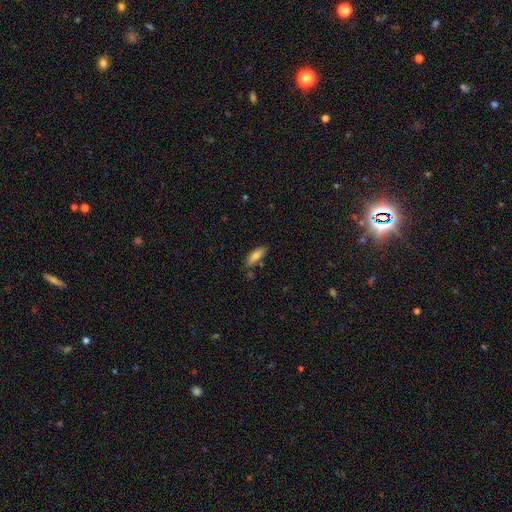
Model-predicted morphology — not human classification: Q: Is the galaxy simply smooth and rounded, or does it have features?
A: smooth — 78%.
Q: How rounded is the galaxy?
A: in between — 70%.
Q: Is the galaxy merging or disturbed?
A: none — 73%.